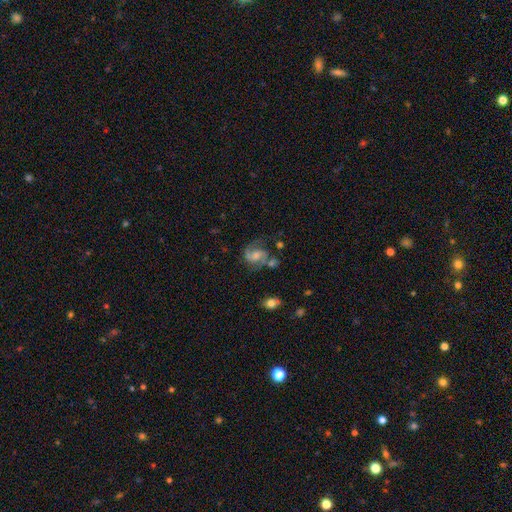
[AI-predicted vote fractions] The model was most divided on "bar": no: 48%, weak: 41%, strong: 11%. Remaining: edge-on disk — no (98%); spiral arms — yes (93%); spiral arm count — 2 (85%); smooth or featured — featured or disk (75%); merging — none (53%); spiral winding — medium (53%); bulge size — moderate (45%).